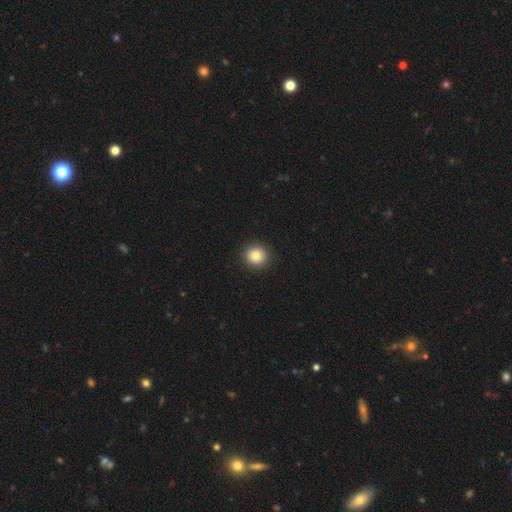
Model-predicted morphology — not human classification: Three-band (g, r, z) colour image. It shows a smooth galaxy with no disk features (84%) that is round (90%). Merging: none (92%).